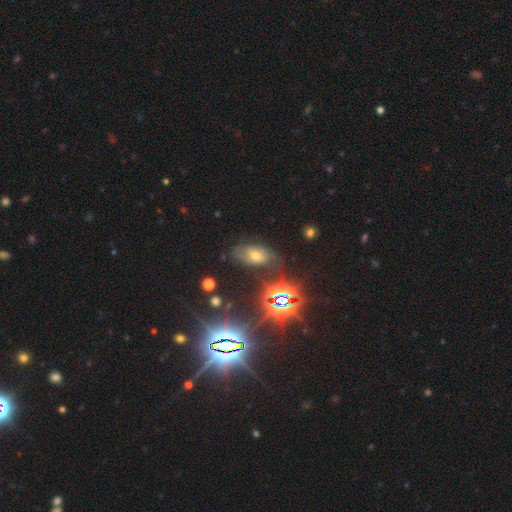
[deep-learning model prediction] A star or artifact, not a galaxy (38%).